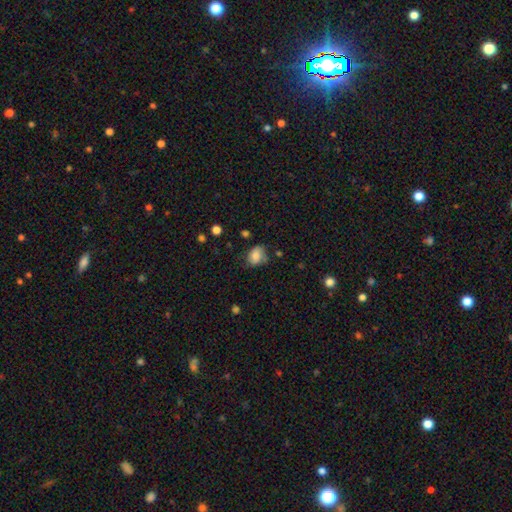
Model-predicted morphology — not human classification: Smooth or featured: smooth — 74% (featured or disk — 17%)
How rounded: in between — 62% (round — 37%)
Merging: none — 55% (minor disturbance — 31%)